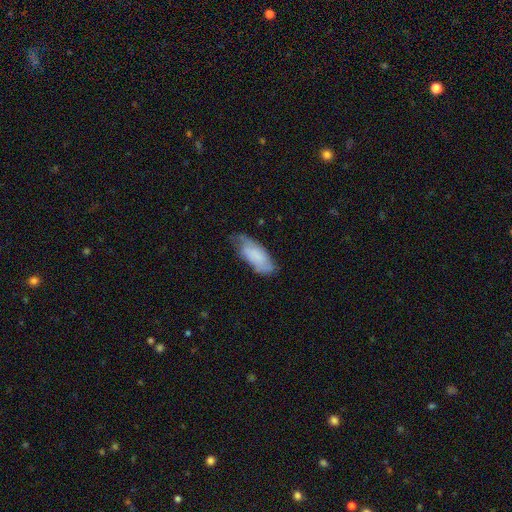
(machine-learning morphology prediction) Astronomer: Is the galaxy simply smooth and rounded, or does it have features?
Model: smooth — 70%.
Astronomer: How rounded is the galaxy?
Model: in between — 83%.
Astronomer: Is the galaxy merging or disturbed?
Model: none — 48% (runner-up: minor disturbance, 39%).